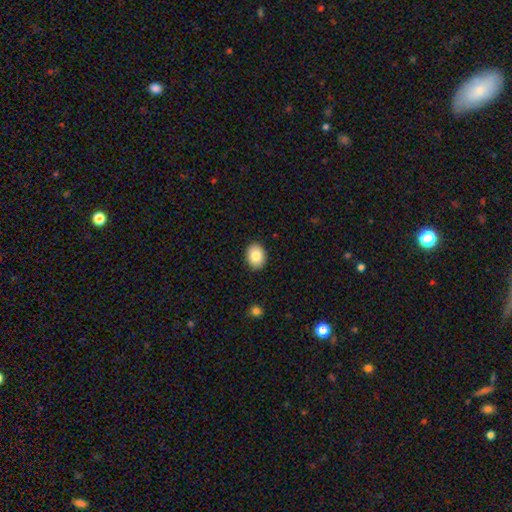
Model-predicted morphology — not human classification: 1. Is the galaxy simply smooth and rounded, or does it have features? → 85% smooth, 8% star or artifact, 8% featured or disk.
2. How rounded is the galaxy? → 64% in between, 36% round, 1% cigar-shaped.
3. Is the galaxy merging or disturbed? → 90% none, 7% minor disturbance, 2% major disturbance, 1% merger.